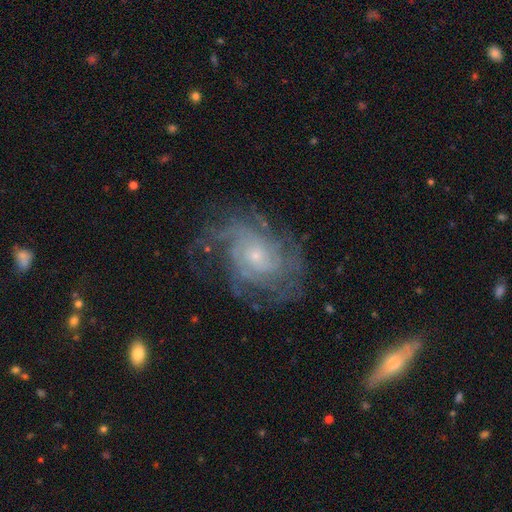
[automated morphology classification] featured or disk 84%, smooth 8%, star or artifact 8%. Down the decision tree: edge-on disk — no (97%); bar — no (74%); spiral arms — yes (94%); spiral arm count — can't tell (35%); spiral winding — tight (54%); bulge size — small (70%); merging — none (67%).